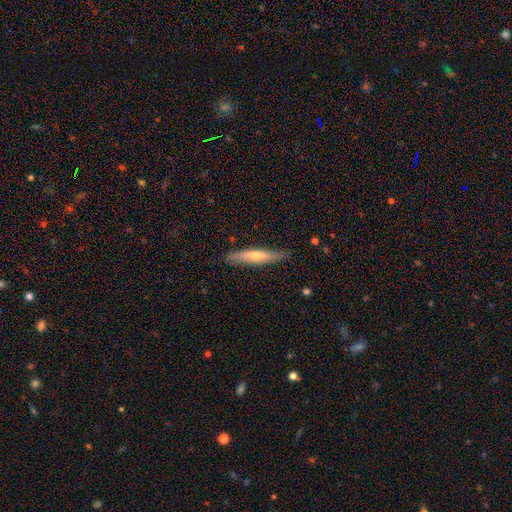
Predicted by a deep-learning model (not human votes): Smooth or featured? Predicted: smooth (p=0.48). Merging? Predicted: none (p=0.83).